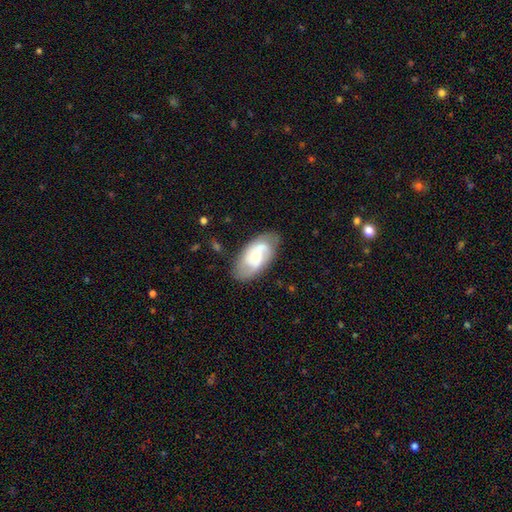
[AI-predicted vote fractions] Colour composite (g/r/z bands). It shows a featured or disk galaxy (67%) with no bar (58%), 2 (65%) medium (46%) spiral arms (91%) and a small central bulge (48%). Merging: none (72%).